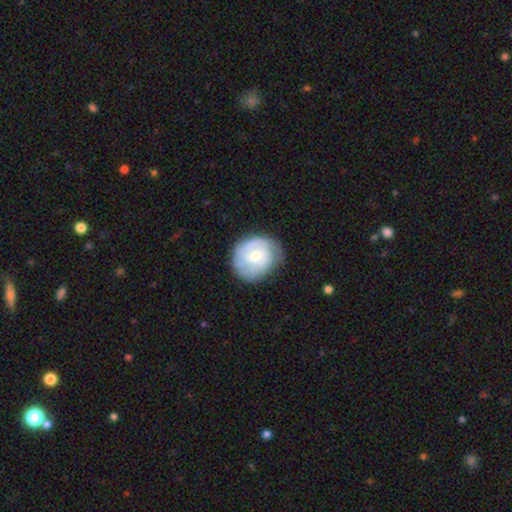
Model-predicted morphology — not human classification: smooth-or-featured: featured or disk: 66% | smooth: 28% | star or artifact: 6%
  disk-edge-on: no: 98% | yes: 2%
    bar: no: 51% | weak: 42% | strong: 7%
    has-spiral-arms: yes: 87% | no: 13%
      spiral-winding: tight: 54% | medium: 35% | loose: 12%
      spiral-arm-count: 2: 43% | can't tell: 30% | 3: 14% | 1: 6% | 4: 3% | more than 4: 3%
    bulge-size: moderate: 50% | small: 44% | large: 3% | none: 2% | dominant: 1%
  merging: none: 73% | minor disturbance: 19% | major disturbance: 6% | merger: 1%